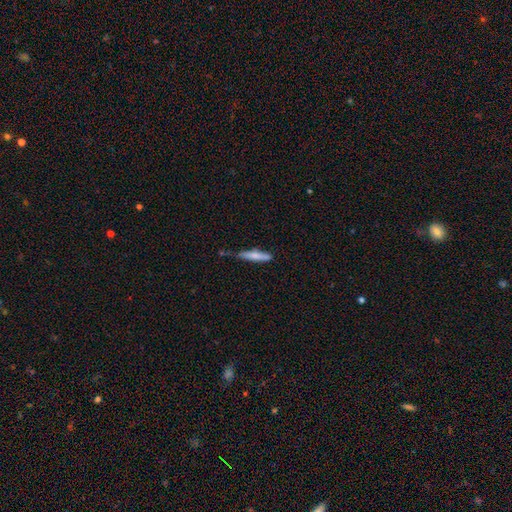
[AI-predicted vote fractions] This appears to be a smooth galaxy with no disk features (72%) that is cigar-shaped (87%). Merging: none (59%).